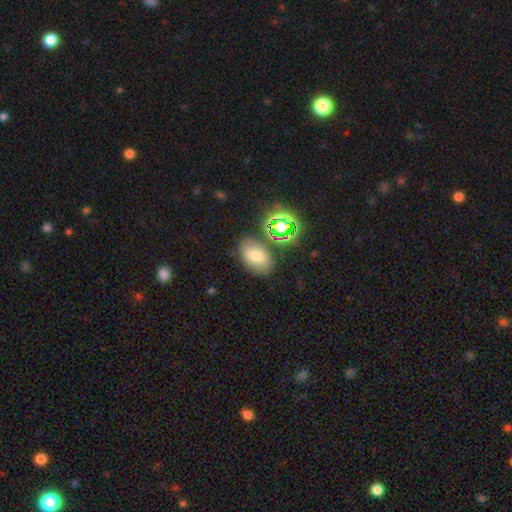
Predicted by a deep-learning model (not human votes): This is likely a smooth galaxy (66%). How rounded: likely in between (79%). Merging: likely none (75%).